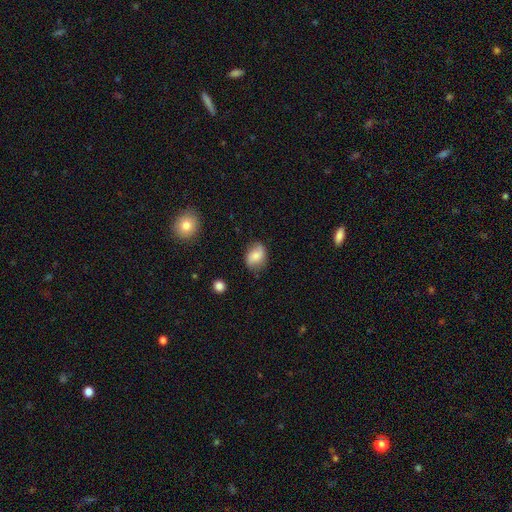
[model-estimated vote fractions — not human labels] Morphology: type=smooth (68%); roundness=in between (70%); merging=none (71%).